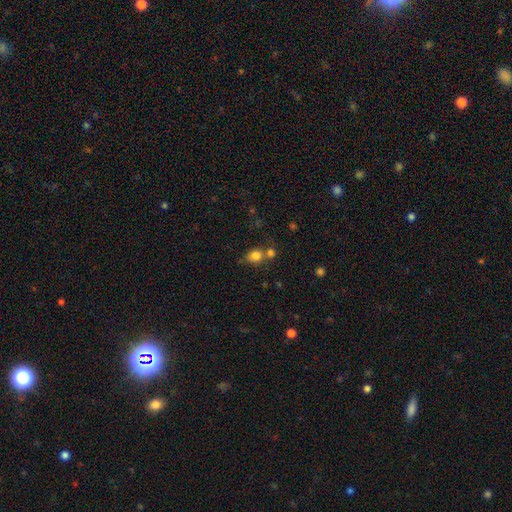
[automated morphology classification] Overall: smooth (79%). How rounded: round (59%; in between 40%). Merging: none (52%; merger 31%).